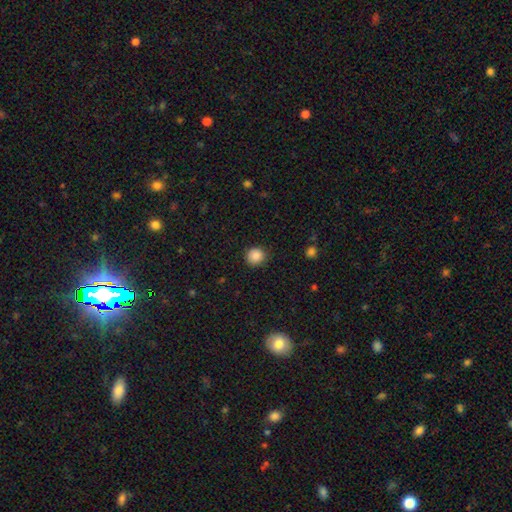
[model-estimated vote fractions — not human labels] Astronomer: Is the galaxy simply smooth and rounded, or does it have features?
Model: smooth — 86%.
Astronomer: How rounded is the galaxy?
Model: round — 89%.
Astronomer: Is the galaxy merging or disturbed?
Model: none — 88%.